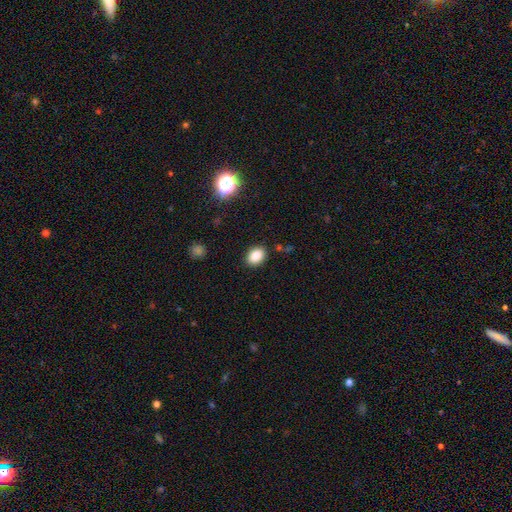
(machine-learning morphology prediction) The model was most divided on "how rounded": in between: 71%, round: 28%, cigar-shaped: 1%. More confident: merging — none (87%); smooth or featured — smooth (85%).